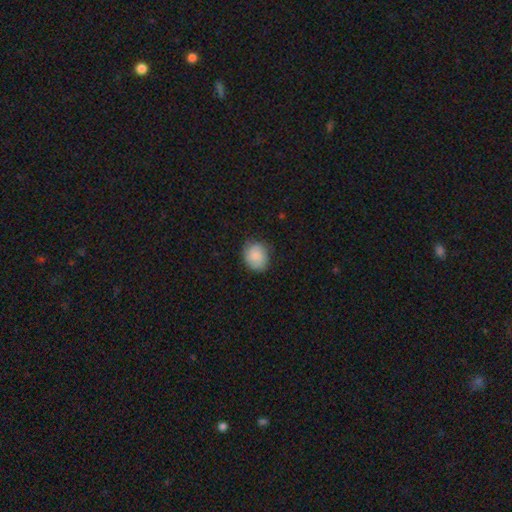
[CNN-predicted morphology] smooth 84%, featured or disk 9%, star or artifact 7%. Down the decision tree: how rounded — round (69%); merging — none (77%).